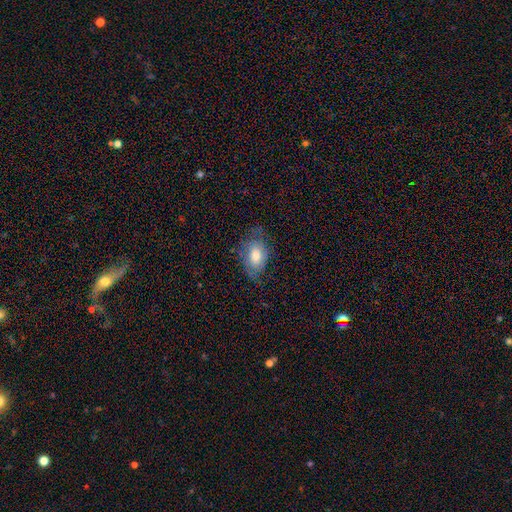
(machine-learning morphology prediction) smooth-or-featured: smooth: 64% | featured or disk: 29% | star or artifact: 7%
  how-rounded: in between: 88% | round: 10% | cigar-shaped: 2%
  merging: none: 58% | minor disturbance: 29% | major disturbance: 12% | merger: 1%